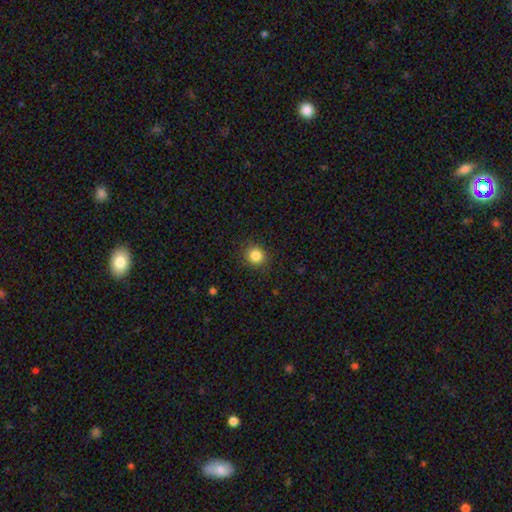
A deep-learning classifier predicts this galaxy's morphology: Smooth or featured? smooth (85%)
How rounded? round (88%)
Merging? none (89%)